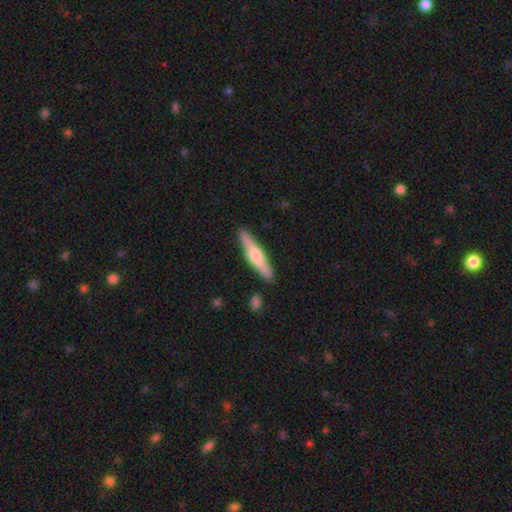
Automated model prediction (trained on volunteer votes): A featured or disk galaxy (53%) viewed edge-on (94%). Merging: none (87%).